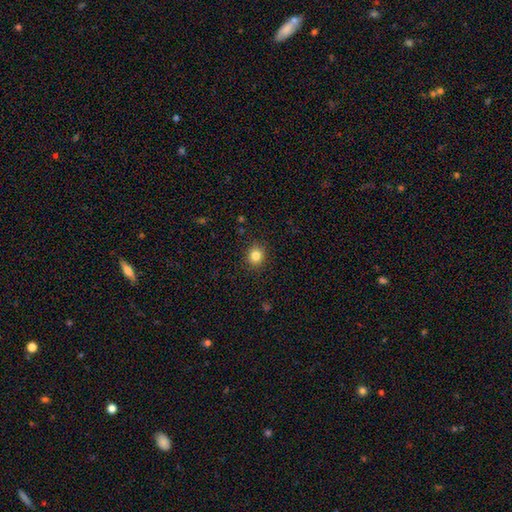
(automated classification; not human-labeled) Smooth or featured? Predicted: smooth (p=0.83). How rounded? Predicted: round (p=0.80). Merging? Predicted: none (p=0.89).